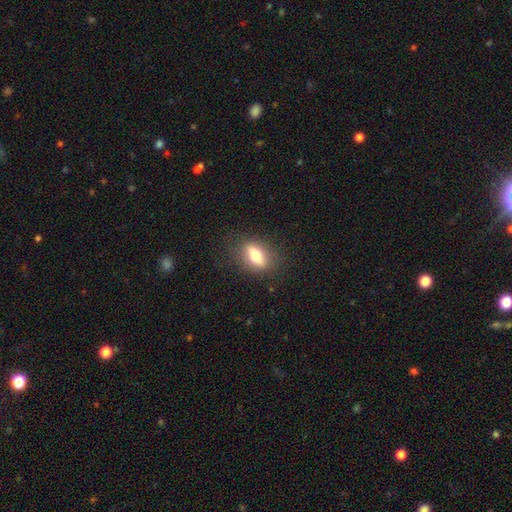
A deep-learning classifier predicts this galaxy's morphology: Q: Smooth or featured?
A: smooth (62%); runner-up: featured or disk (30%)
Q: How rounded?
A: in between (73%); runner-up: cigar-shaped (14%)
Q: Merging?
A: none (83%); runner-up: minor disturbance (12%)